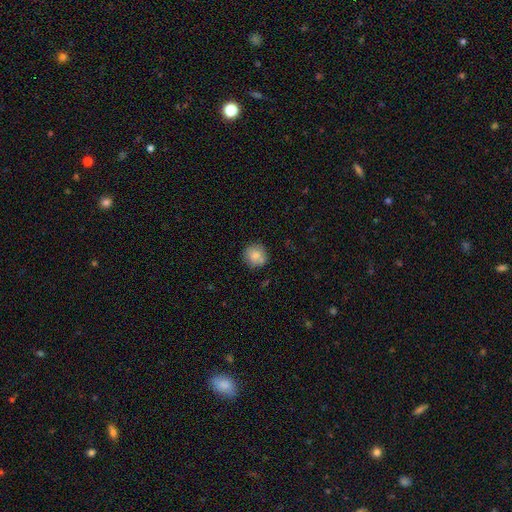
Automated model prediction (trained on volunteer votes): Q: Smooth or featured?
A: smooth (78%); runner-up: featured or disk (13%)
Q: How rounded?
A: round (91%); runner-up: in between (8%)
Q: Merging?
A: none (78%); runner-up: minor disturbance (12%)